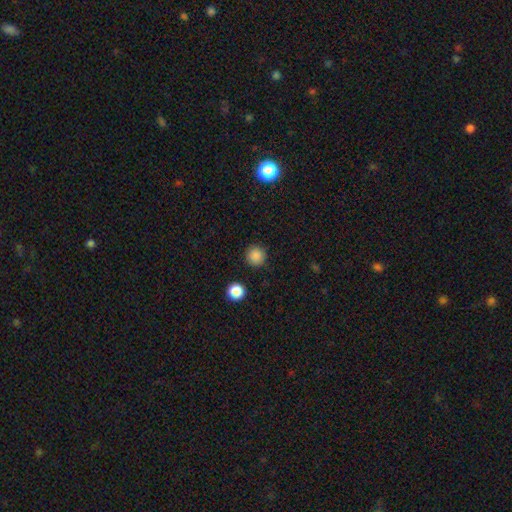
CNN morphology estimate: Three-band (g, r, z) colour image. It shows a smooth galaxy with no disk features (86%) that is round (95%). Merging: none (91%).